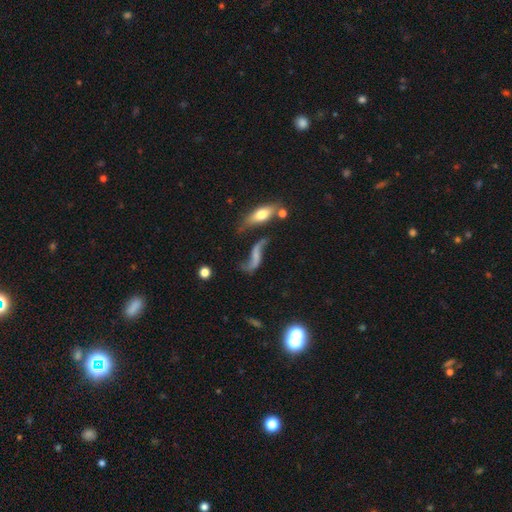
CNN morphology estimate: featured or disk 70%, smooth 20%, star or artifact 10%. Down the decision tree: edge-on disk — no (88%); bar — no (55%); spiral arms — yes (87%); spiral arm count — 2 (90%); spiral winding — loose (93%); bulge size — none (58%); merging — none (49%).